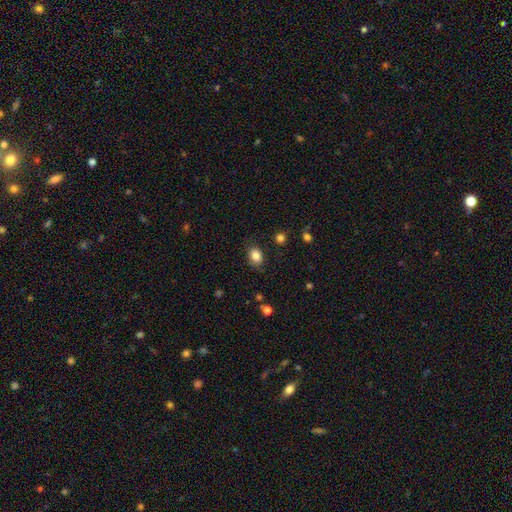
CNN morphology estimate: smooth_or_featured: smooth (p=0.85) [alt: star or artifact p=0.10]
how_rounded: in between (p=0.65) [alt: round p=0.34]
merging: none (p=0.82) [alt: minor disturbance p=0.13]